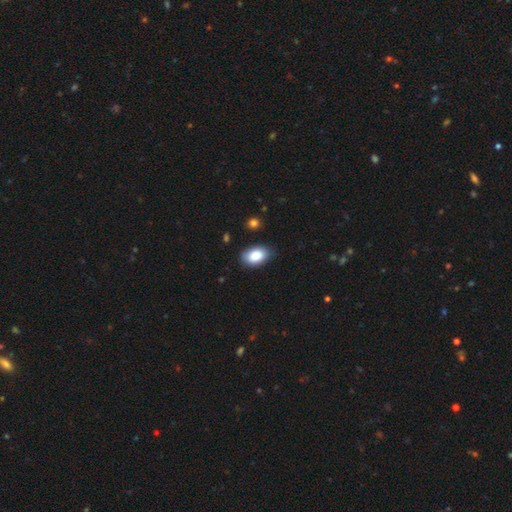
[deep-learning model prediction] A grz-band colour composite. It shows a smooth galaxy with no disk features (86%) that is in between round and cigar-shaped (91%). Merging: none (80%).